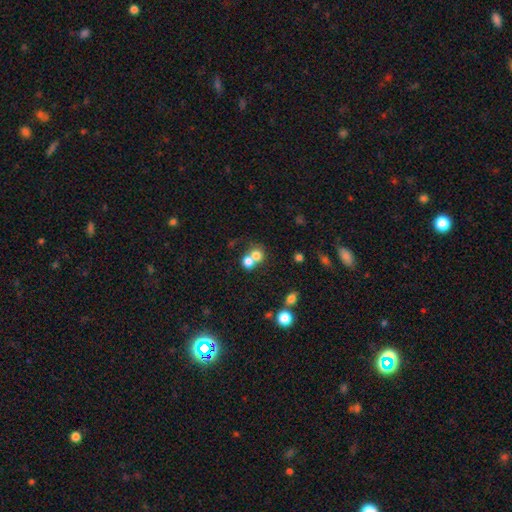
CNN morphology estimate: smooth-or-featured: smooth: 73% | featured or disk: 14% | star or artifact: 12%
  how-rounded: round: 78% | in between: 21% | cigar-shaped: 1%
  merging: merger: 60% | none: 31% | minor disturbance: 5% | major disturbance: 4%